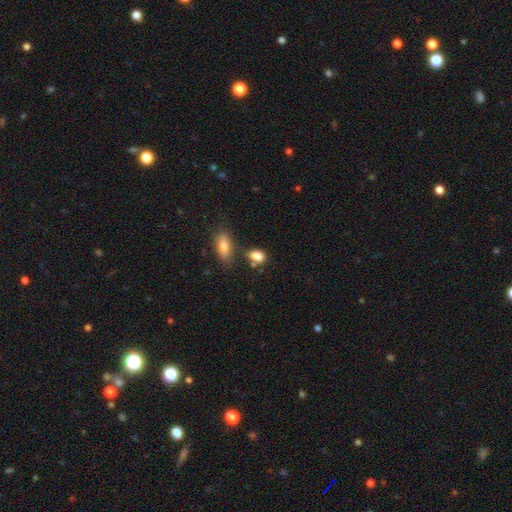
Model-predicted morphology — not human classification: Smooth or featured? smooth (84%)
How rounded? in between (77%)
Merging? none (55%)